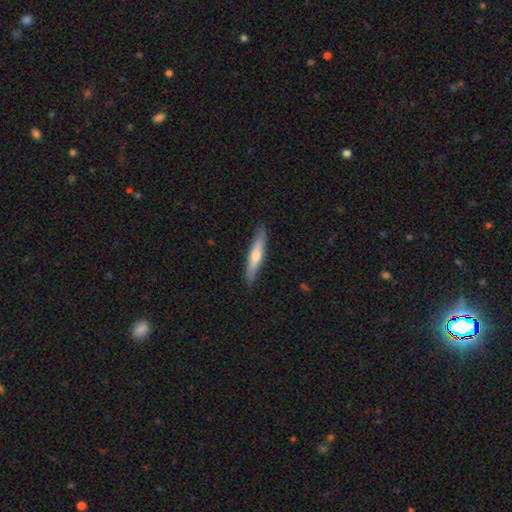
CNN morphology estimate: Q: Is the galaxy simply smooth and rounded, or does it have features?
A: smooth — 53%.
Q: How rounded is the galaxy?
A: cigar-shaped — 90%.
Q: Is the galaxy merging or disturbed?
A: none — 90%.